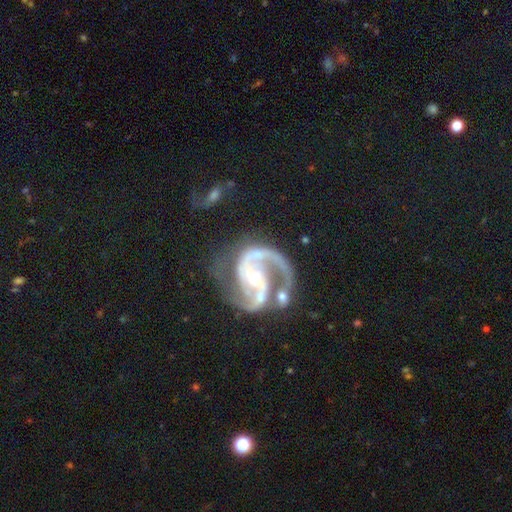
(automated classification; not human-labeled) A featured or disk galaxy (93%) with a weak bar (35%), 2 (86%) medium (63%) spiral arms (98%) and a small central bulge (59%). Merging: none (45%).